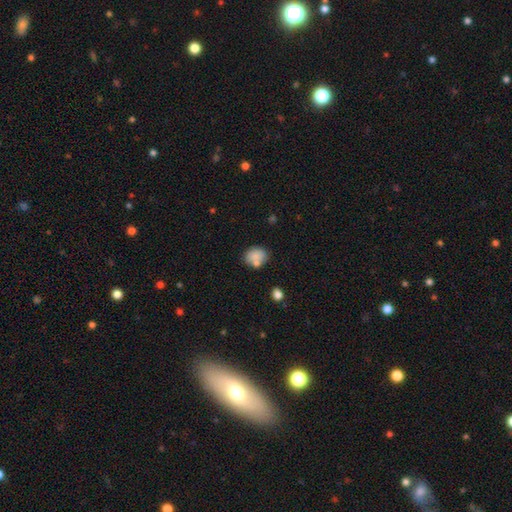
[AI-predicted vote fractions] smooth-or-featured: smooth: 81% | featured or disk: 10% | star or artifact: 9%
  how-rounded: round: 54% | in between: 45% | cigar-shaped: 1%
  merging: none: 62% | merger: 17% | minor disturbance: 16% | major disturbance: 5%